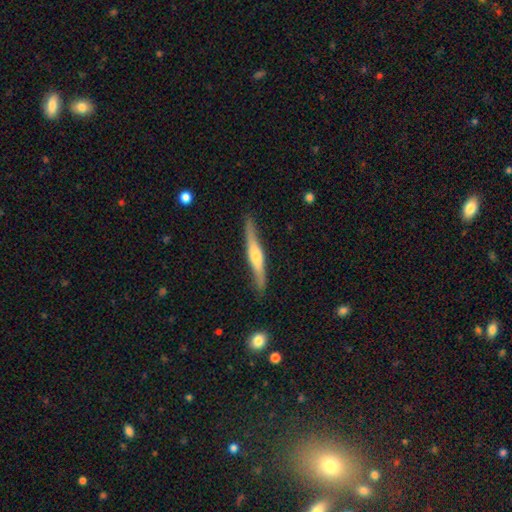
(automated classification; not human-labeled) A featured or disk galaxy (68%) viewed edge-on (95%) with a rounded central bulge (82%).

Vote fractions:
- Smooth or featured? featured or disk: 68% / smooth: 28% / star or artifact: 5%
- Edge-on disk? yes: 95% / no: 5%
- Edge-on bulge? rounded: 82% / none: 9% / boxy: 9%
- Merging? none: 85% / minor disturbance: 12% / major disturbance: 2% / merger: 1%